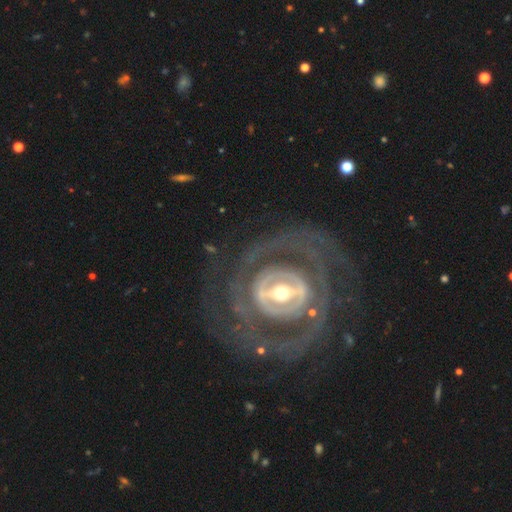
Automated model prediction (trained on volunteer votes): A featured or disk galaxy (87%) with a strong bar (42%), 2 (39%) tight (70%) spiral arms (83%) and a small central bulge (44%, tied with moderate).

Vote fractions:
- Smooth or featured? featured or disk: 87% / smooth: 7% / star or artifact: 6%
- Edge-on disk? no: 96% / yes: 4%
- Bar? strong: 42% / weak: 31% / no: 27%
- Spiral arms? yes: 83% / no: 17%
- Spiral winding? tight: 70% / medium: 23% / loose: 7%
- Spiral arm count? 2: 39% / can't tell: 30% / 3: 11% / 4: 7% / more than 4: 7% / 1: 6%
- Bulge size? small: 44% (tied) / moderate: 44% (tied) / large: 9% / dominant: 2% / none: 1%
- Merging? none: 76% / minor disturbance: 11% / major disturbance: 10% / merger: 2%